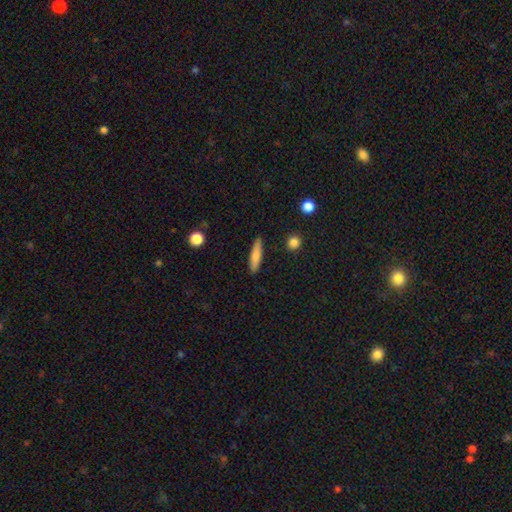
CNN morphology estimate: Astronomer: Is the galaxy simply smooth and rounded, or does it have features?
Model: smooth — 78%.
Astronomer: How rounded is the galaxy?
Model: cigar-shaped — 80%.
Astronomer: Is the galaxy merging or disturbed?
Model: none — 87%.